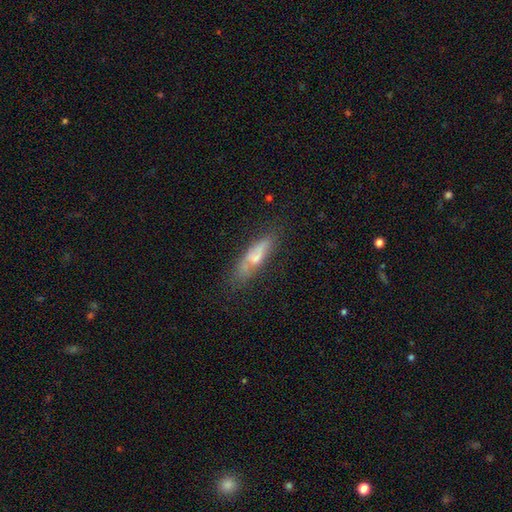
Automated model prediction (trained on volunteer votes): Smooth or featured? Predicted: smooth (p=0.55). How rounded? Predicted: cigar-shaped (p=0.63). Merging? Predicted: none (p=0.60).